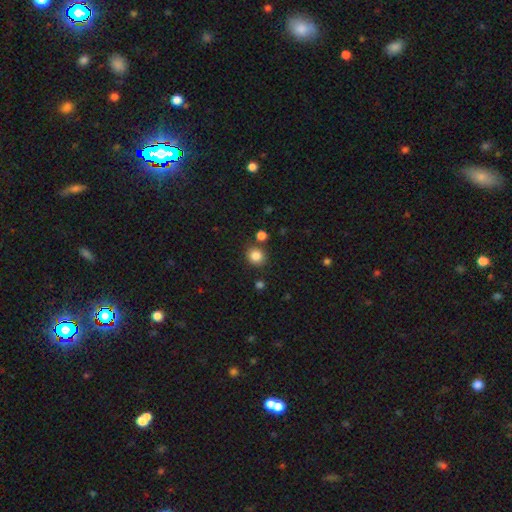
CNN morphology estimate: Q: Smooth or featured?
A: smooth (84%); runner-up: star or artifact (11%)
Q: How rounded?
A: round (81%); runner-up: in between (18%)
Q: Merging?
A: none (81%); runner-up: minor disturbance (9%)